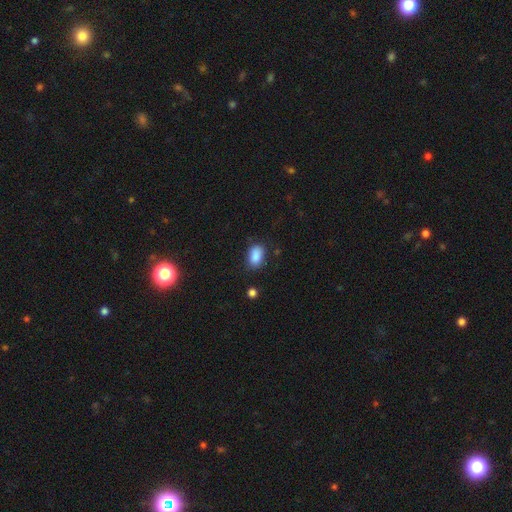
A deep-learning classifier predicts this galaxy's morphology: smooth_or_featured: smooth (p=0.87) [alt: star or artifact p=0.08]
how_rounded: in between (p=0.86) [alt: round p=0.12]
merging: none (p=0.77) [alt: minor disturbance p=0.17]